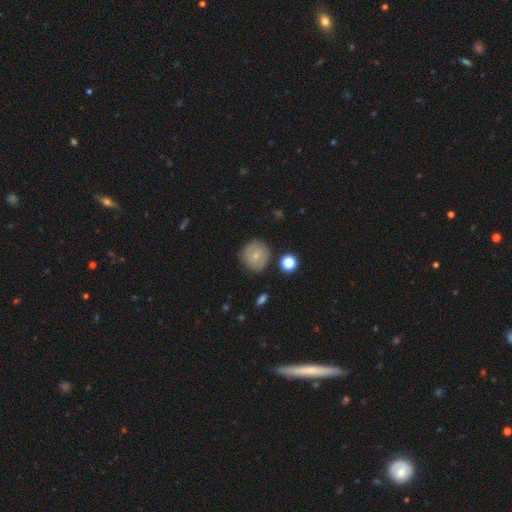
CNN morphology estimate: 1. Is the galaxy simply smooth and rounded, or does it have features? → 56% smooth, 35% featured or disk, 9% star or artifact.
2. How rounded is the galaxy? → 89% round, 10% in between, 1% cigar-shaped.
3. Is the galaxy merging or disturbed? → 82% none, 12% minor disturbance, 3% major disturbance, 3% merger.